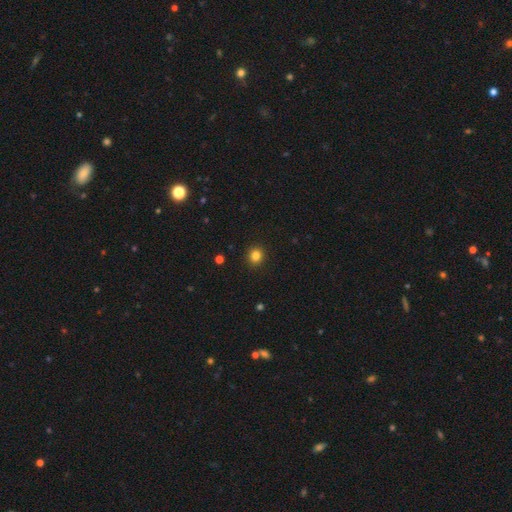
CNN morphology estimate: This appears to be a smooth galaxy with no disk features (83%) that is round (87%). Merging: none (92%).